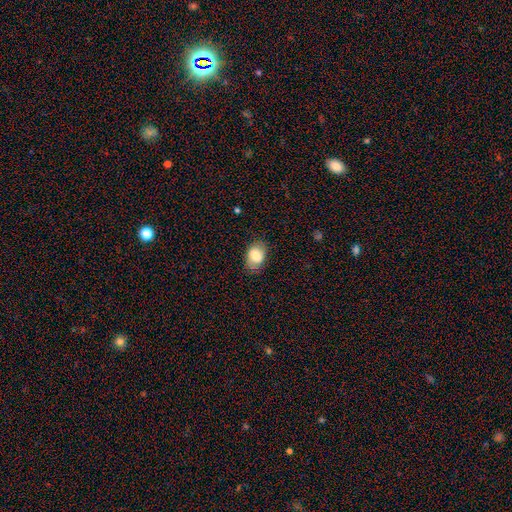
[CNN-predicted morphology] Smooth or featured: smooth — 80% (featured or disk — 12%)
How rounded: in between — 80% (round — 19%)
Merging: none — 79% (minor disturbance — 16%)